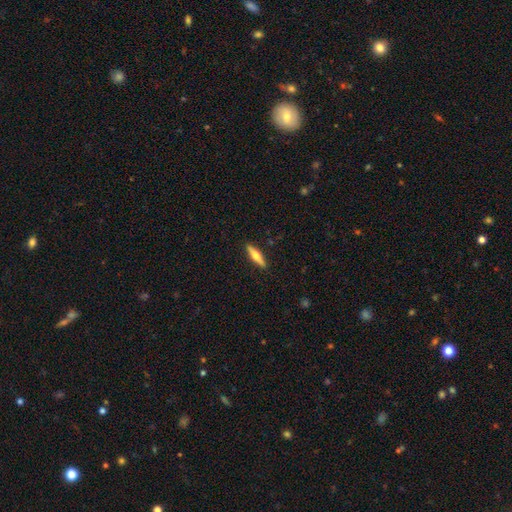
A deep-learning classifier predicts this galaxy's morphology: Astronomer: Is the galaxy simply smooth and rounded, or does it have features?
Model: smooth — 54% (runner-up: featured or disk, 40%).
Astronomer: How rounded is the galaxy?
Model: cigar-shaped — 76%.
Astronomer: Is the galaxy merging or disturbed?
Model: none — 90%.